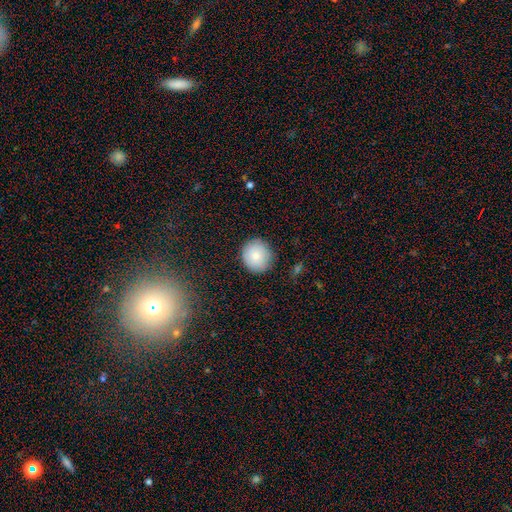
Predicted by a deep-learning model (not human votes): Smooth or featured?
  - smooth: 83% *
  - featured or disk: 9%
  - star or artifact: 8%
How rounded?
  - round: 87% *
  - in between: 12%
  - cigar-shaped: 1%
Merging?
  - none: 88% *
  - minor disturbance: 9%
  - major disturbance: 2%
  - merger: 1%